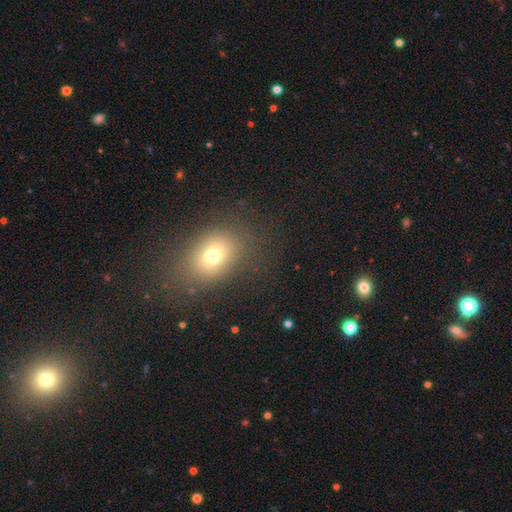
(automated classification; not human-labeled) A smooth galaxy with no disk features (63%) that is in between round and cigar-shaped (67%). Merging: none (83%).